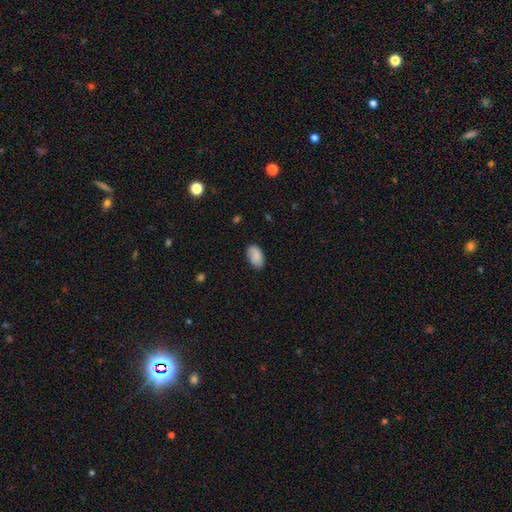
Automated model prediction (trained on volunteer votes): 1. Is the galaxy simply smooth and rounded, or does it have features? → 88% smooth, 7% star or artifact, 5% featured or disk.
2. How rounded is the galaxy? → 94% in between, 4% round, 2% cigar-shaped.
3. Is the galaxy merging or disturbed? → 81% none, 15% minor disturbance, 3% major disturbance, 1% merger.